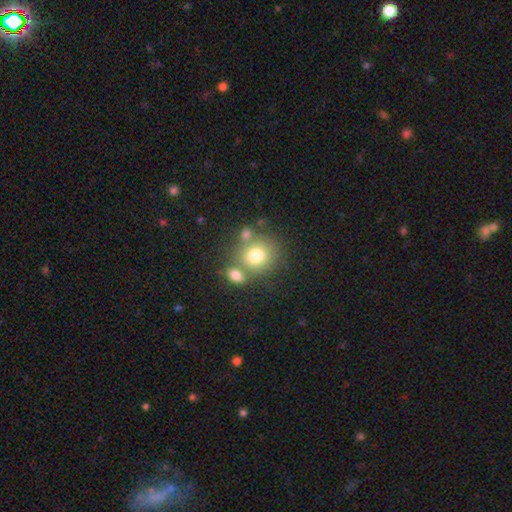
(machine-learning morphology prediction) Smooth or featured? smooth (75%)
How rounded? round (78%)
Merging? none (54%)